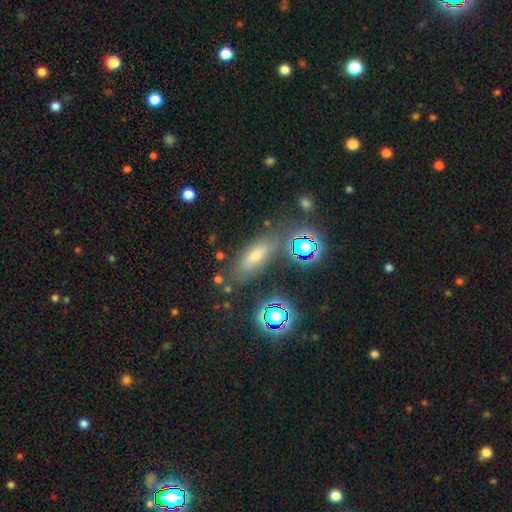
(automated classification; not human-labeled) Smooth or featured? Predicted: smooth (p=0.53). How rounded? Predicted: in between (p=0.62). Merging? Predicted: none (p=0.75).